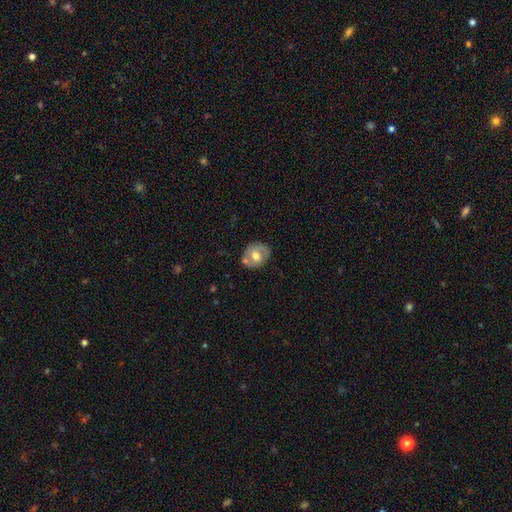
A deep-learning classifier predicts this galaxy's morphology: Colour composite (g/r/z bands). It shows a smooth galaxy with no disk features (52%) that is round (64%). Merging: none (63%).